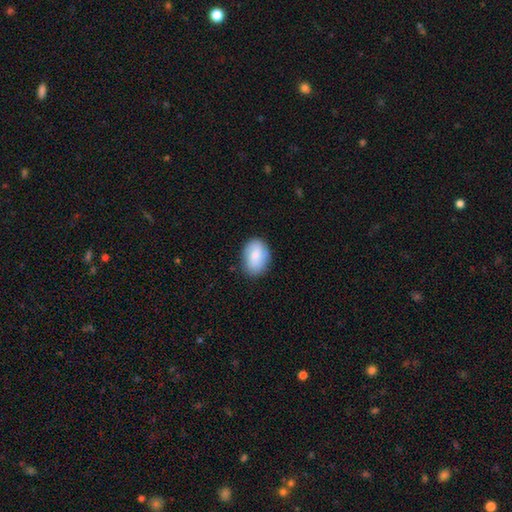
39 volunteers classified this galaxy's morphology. Q: Smooth or featured?
A: smooth (79%); runner-up: featured or disk (18%)
Q: How rounded?
A: in between (81%); runner-up: round (19%)
Q: Merging?
A: none (74%); runner-up: minor disturbance (18%)